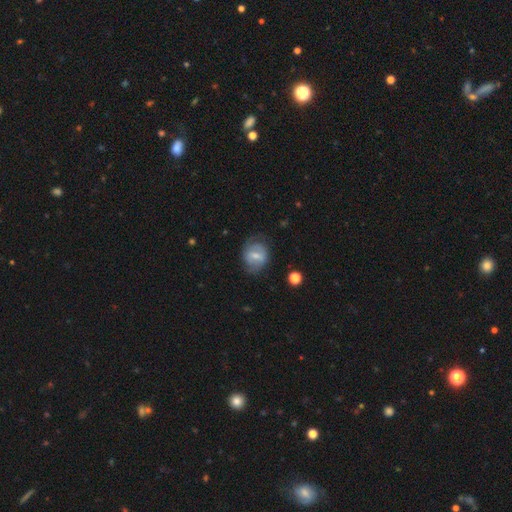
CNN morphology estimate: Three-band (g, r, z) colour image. It shows a featured or disk galaxy (53%) with a weak bar (51%), spiral arms (70%) and a moderate central bulge (45%). Merging: none (62%).